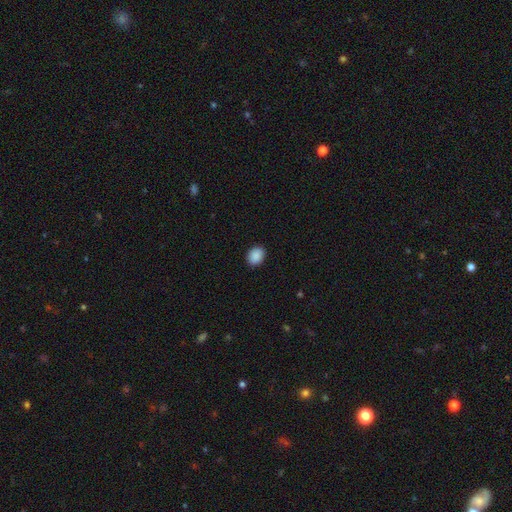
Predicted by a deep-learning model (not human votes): Morphology: type=smooth (90%); roundness=in between (56%); merging=none (91%).